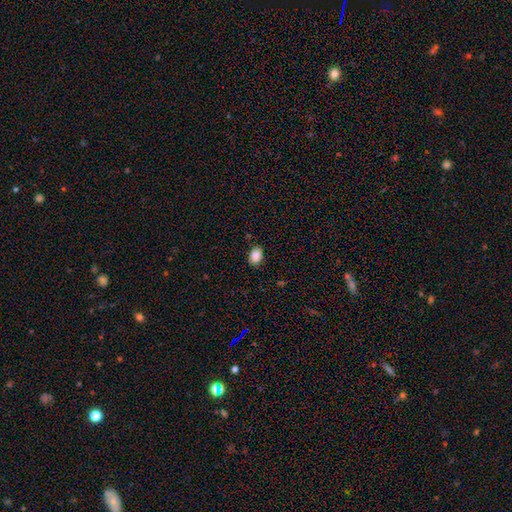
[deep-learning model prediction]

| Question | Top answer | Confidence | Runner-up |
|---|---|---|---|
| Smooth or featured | smooth | 88% | star or artifact (8%) |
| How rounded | in between | 82% | round (17%) |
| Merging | none | 85% | minor disturbance (11%) |